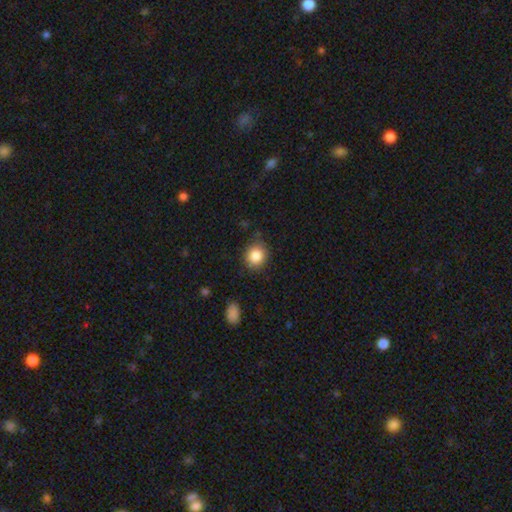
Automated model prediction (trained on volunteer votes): The model was most divided on "how rounded": round: 77%, in between: 22%, cigar-shaped: 1%. More confident: smooth or featured — smooth (86%); merging — none (81%).